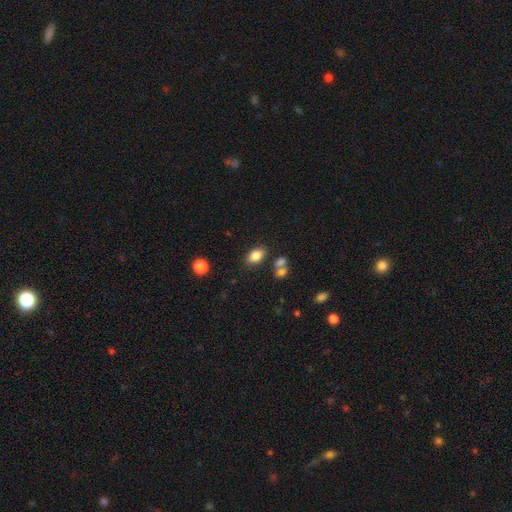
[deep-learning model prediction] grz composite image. It shows a smooth galaxy with no disk features (82%) that is in between round and cigar-shaped (84%). Merging: none (75%).